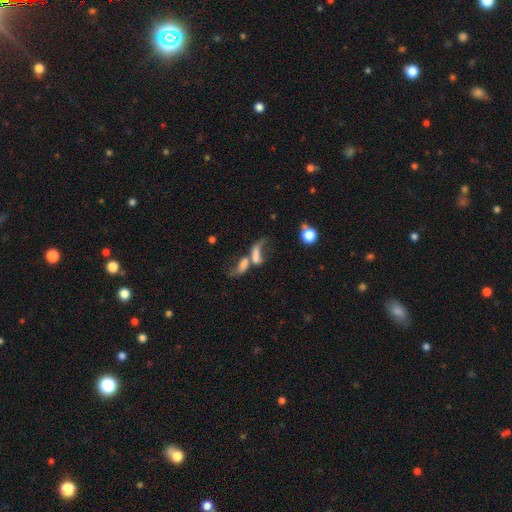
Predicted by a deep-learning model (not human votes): This is possibly a smooth galaxy (46%). Merging: likely merger (67%).